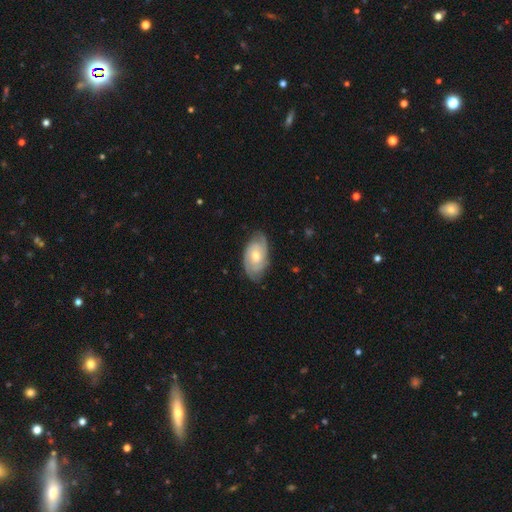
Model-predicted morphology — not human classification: smooth-or-featured: featured or disk: 81% | smooth: 14% | star or artifact: 5%
  disk-edge-on: no: 95% | yes: 5%
    bar: no: 62% | weak: 32% | strong: 7%
    has-spiral-arms: yes: 95% | no: 5%
      spiral-winding: tight: 65% | medium: 29% | loose: 7%
      spiral-arm-count: 2: 59% | 3: 16% | can't tell: 15% | 4: 4% | 1: 3% | more than 4: 3%
    bulge-size: moderate: 69% | small: 24% | large: 4% | none: 1% | dominant: 1%
  merging: none: 80% | minor disturbance: 15% | major disturbance: 4% | merger: 1%